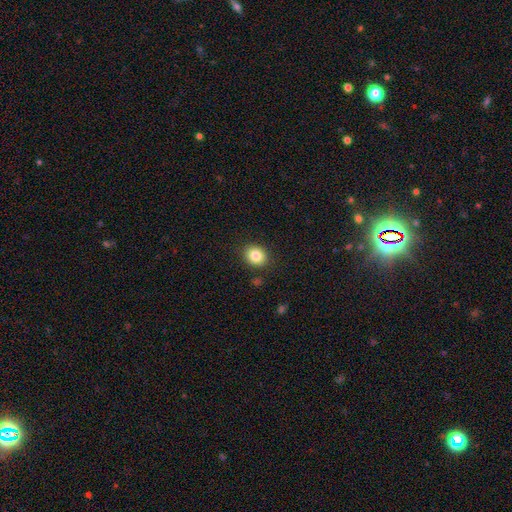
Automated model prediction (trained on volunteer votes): A smooth galaxy with no disk features (85%) that is round (63%).

Vote fractions:
- Smooth or featured? smooth: 85% / star or artifact: 9% / featured or disk: 6%
- How rounded? round: 63% / in between: 36% / cigar-shaped: 1%
- Merging? none: 88% / minor disturbance: 8% / major disturbance: 2% / merger: 2%